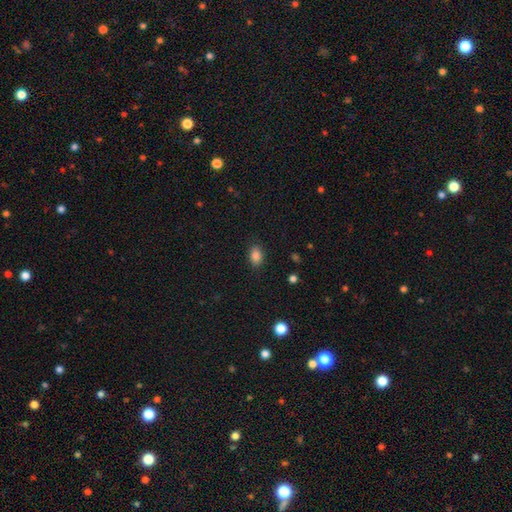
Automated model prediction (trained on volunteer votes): smooth 86%, star or artifact 10%, featured or disk 4%. Down the decision tree: how rounded — in between (83%); merging — none (84%).